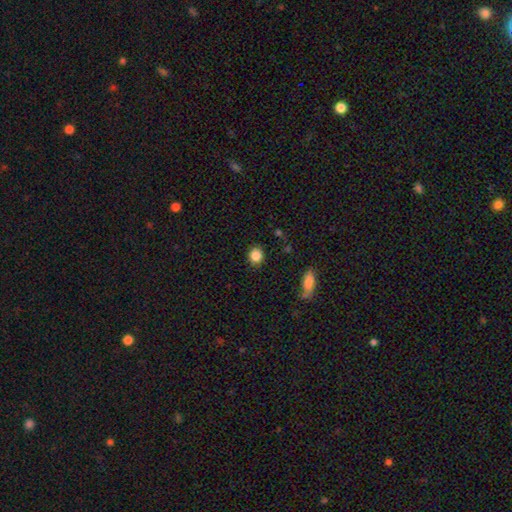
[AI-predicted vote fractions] Overall: smooth (85%). How rounded: round (75%). Merging: none (88%).